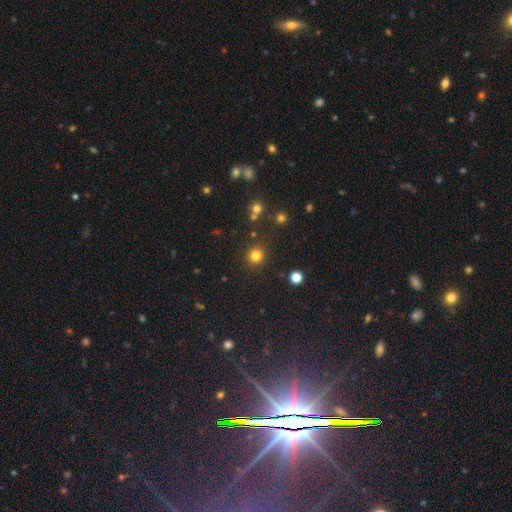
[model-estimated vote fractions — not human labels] Overall: smooth (80%). How rounded: round (90%). Merging: none (88%).